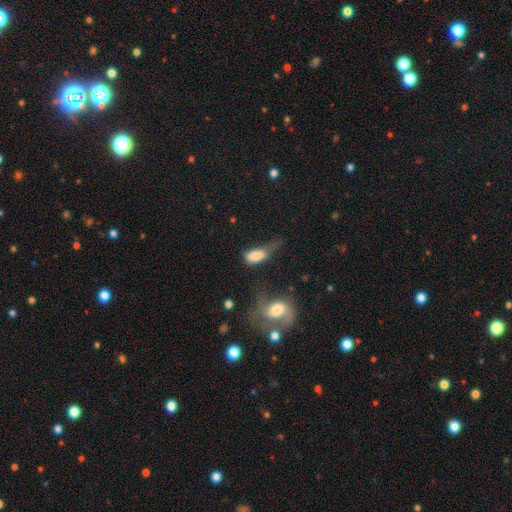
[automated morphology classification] smooth_or_featured: smooth (p=0.78) [alt: featured or disk p=0.13]
how_rounded: in between (p=0.87) [alt: cigar-shaped p=0.07]
merging: major disturbance (p=0.37) [alt: minor disturbance p=0.29]